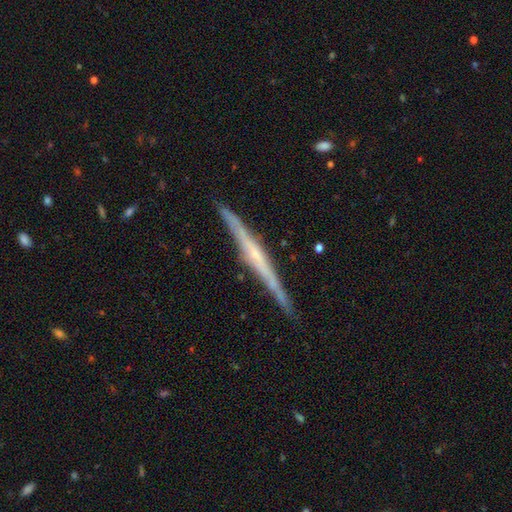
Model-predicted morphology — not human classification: featured or disk 76%, smooth 18%, star or artifact 6%. Down the decision tree: edge-on disk — yes (98%); edge-on bulge — none (48%); merging — none (88%).